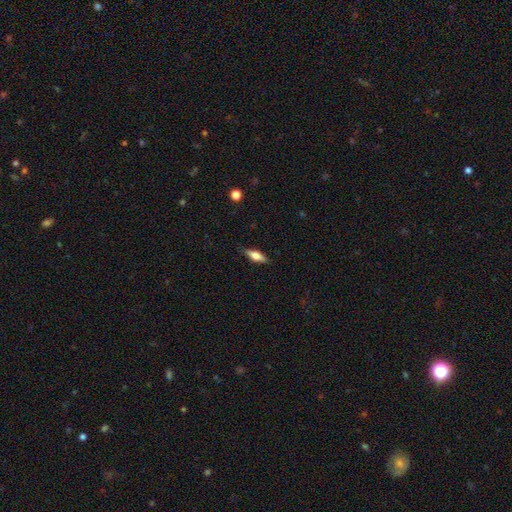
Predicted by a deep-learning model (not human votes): A smooth galaxy with no disk features (61%) that is in between round and cigar-shaped (57%).

Vote fractions:
- Smooth or featured? smooth: 61% / featured or disk: 32% / star or artifact: 7%
- How rounded? in between: 57% / cigar-shaped: 40% / round: 3%
- Merging? none: 86% / minor disturbance: 11% / major disturbance: 2% / merger: 1%